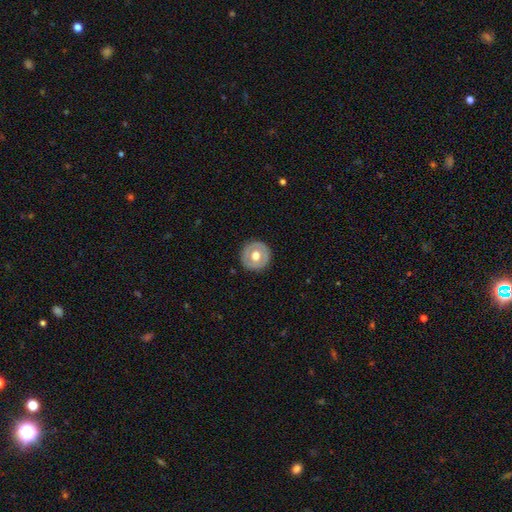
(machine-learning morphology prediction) The model was most divided on "smooth or featured": smooth: 52%, featured or disk: 42%, star or artifact: 6%. More confident: how rounded — round (93%); merging — none (89%).